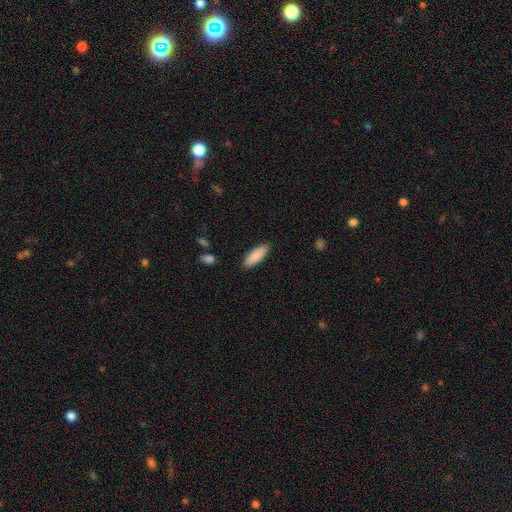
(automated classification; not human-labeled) smooth-or-featured: smooth: 89% | star or artifact: 6% | featured or disk: 5%
  how-rounded: in between: 63% | cigar-shaped: 35% | round: 2%
  merging: none: 89% | minor disturbance: 8% | major disturbance: 2% | merger: 1%